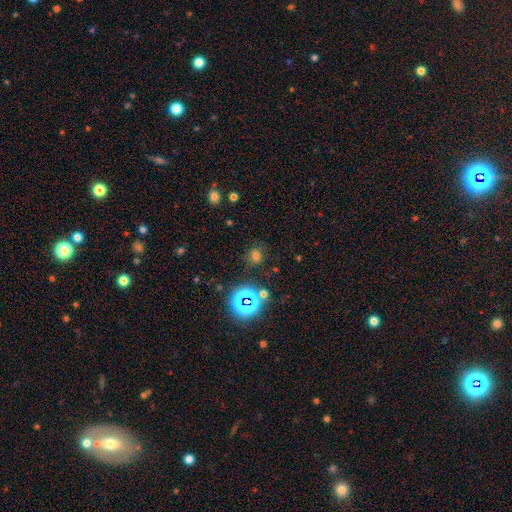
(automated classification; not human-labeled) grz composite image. It shows a smooth galaxy with no disk features (58%) that is round (62%). Merging: none (74%).